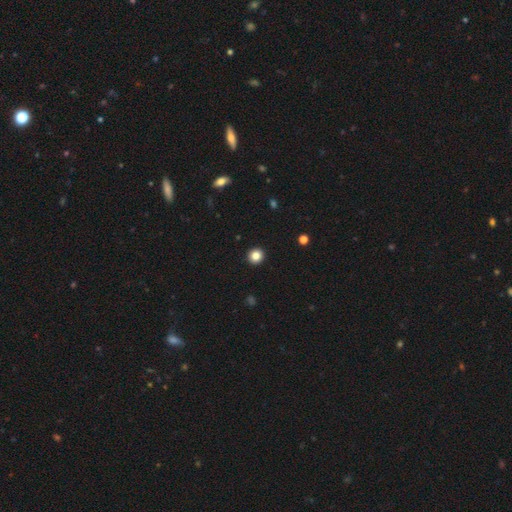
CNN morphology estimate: The model was most divided on "smooth or featured": smooth: 85%, star or artifact: 11%, featured or disk: 4%. More confident: merging — none (94%); how rounded — round (94%).